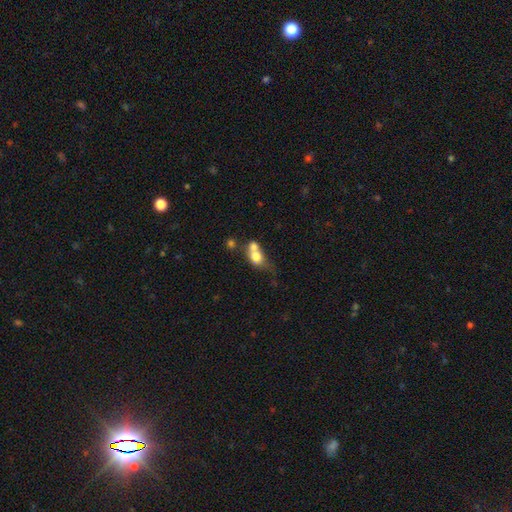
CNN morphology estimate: A smooth galaxy with no disk features (70%) that is round (51%).

Vote fractions:
- Smooth or featured? smooth: 70% / featured or disk: 21% / star or artifact: 10%
- How rounded? round: 51% / in between: 46% / cigar-shaped: 3%
- Merging? merger: 64% / none: 20% / minor disturbance: 9% / major disturbance: 7%